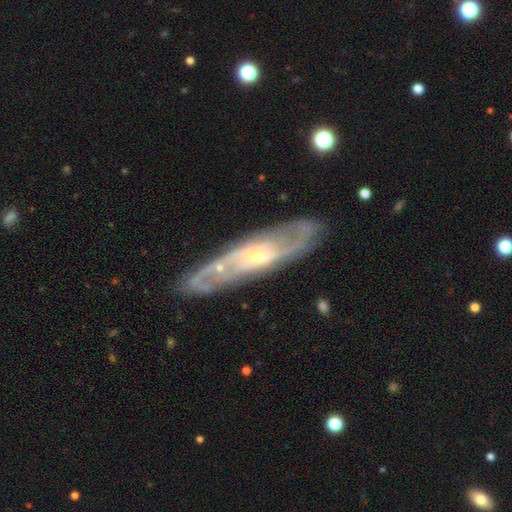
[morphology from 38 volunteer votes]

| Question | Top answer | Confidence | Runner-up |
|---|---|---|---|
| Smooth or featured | featured or disk | 95% | star or artifact (5%) |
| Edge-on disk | no | 78% | yes (22%) |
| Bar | weak | 68% | no (25%) |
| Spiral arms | yes | 100% | — |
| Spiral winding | medium | 54% | loose (39%) |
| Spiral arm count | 2 | 93% | 3 (7%) |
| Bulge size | moderate | 57% | small (36%) |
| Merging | none | 75% | minor disturbance (17%) |